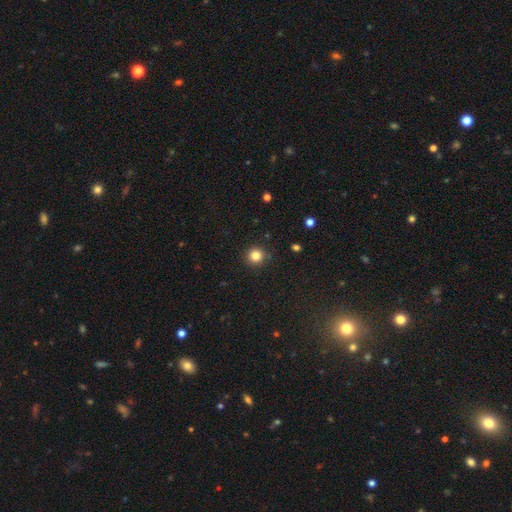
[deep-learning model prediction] Smooth or featured? Predicted: smooth (p=0.84). How rounded? Predicted: round (p=0.94). Merging? Predicted: none (p=0.90).